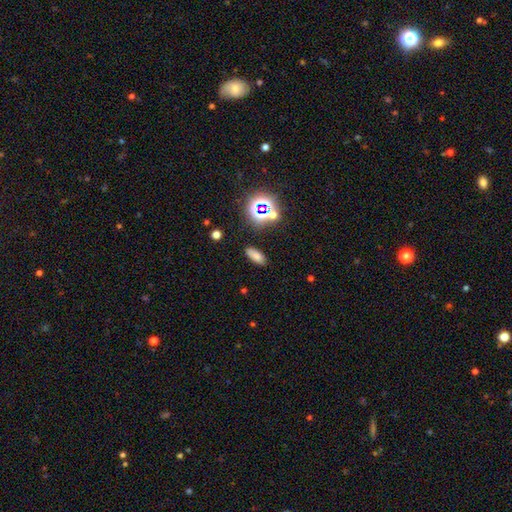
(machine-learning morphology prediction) The model was most divided on "smooth or featured": smooth: 71%, star or artifact: 20%, featured or disk: 8%. More confident: merging — none (85%); how rounded — in between (75%).